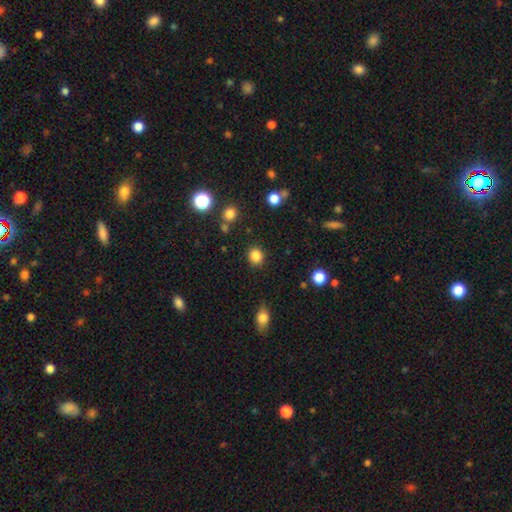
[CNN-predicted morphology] Smooth or featured? Predicted: smooth (p=0.84). How rounded? Predicted: round (p=0.85). Merging? Predicted: none (p=0.87).